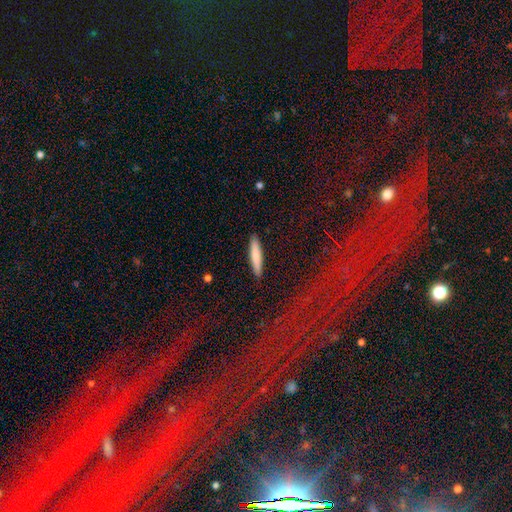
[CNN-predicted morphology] Overall: smooth (79%). How rounded: cigar-shaped (89%). Merging: none (90%).